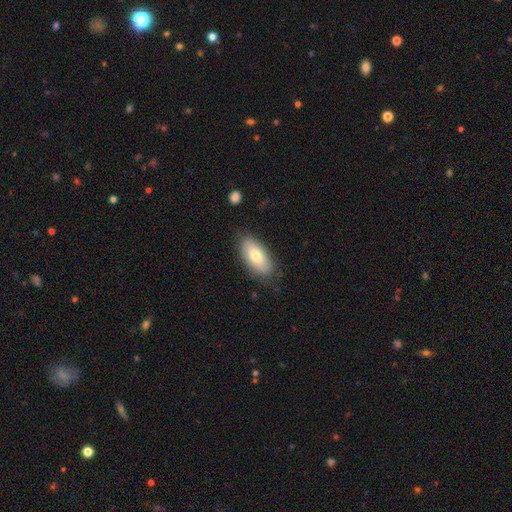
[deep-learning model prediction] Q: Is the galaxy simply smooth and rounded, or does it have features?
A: smooth — 73%.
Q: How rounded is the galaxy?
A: in between — 89%.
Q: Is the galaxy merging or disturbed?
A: none — 79%.